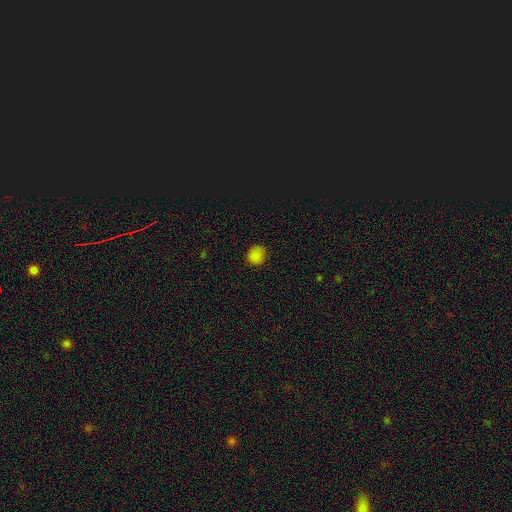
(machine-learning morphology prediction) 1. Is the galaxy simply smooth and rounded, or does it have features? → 82% smooth, 15% star or artifact, 3% featured or disk.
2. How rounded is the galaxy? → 84% round, 15% in between, 1% cigar-shaped.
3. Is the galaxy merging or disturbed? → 86% none, 11% minor disturbance, 3% major disturbance, 1% merger.